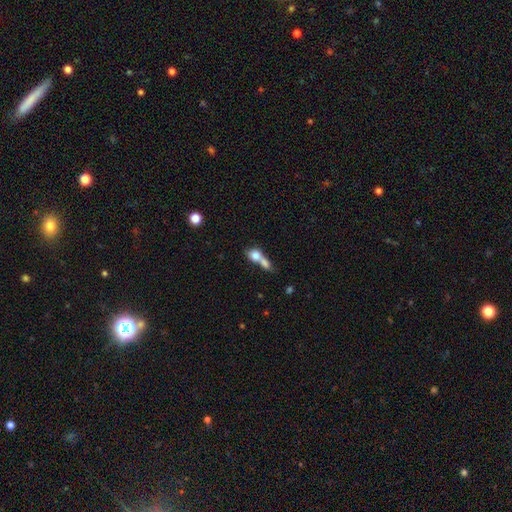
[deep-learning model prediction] smooth_or_featured: smooth (p=0.75) [alt: featured or disk p=0.17]
how_rounded: round (p=0.50) [alt: in between p=0.43]
merging: merger (p=0.70) [alt: none p=0.17]